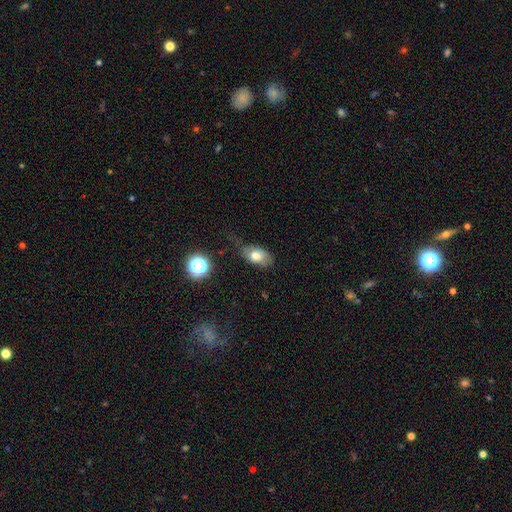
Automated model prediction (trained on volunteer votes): The model was most divided on "merging": none: 44%, minor disturbance: 33%, major disturbance: 20%, merger: 3%. More confident: how rounded — in between (85%); smooth or featured — smooth (71%).